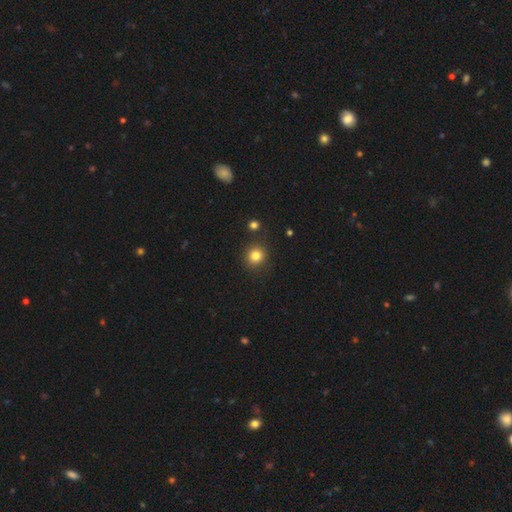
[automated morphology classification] This is clearly a smooth galaxy (83%). How rounded: clearly round (88%). Merging: clearly none (87%).